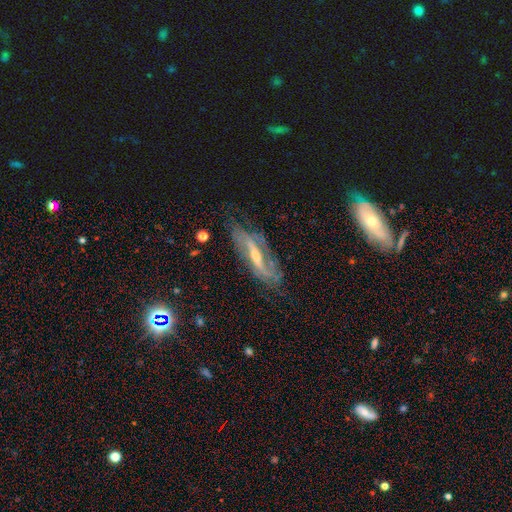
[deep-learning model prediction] A featured or disk galaxy (79%) with a strong bar (47%), spiral arms (85%) and a moderate central bulge (49%). Merging: none (66%).